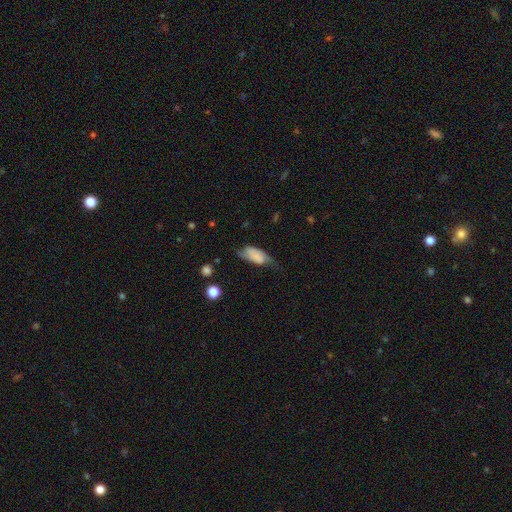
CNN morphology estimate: A smooth galaxy with no disk features (64%) that is in between round and cigar-shaped (89%). Merging: minor disturbance (39%).